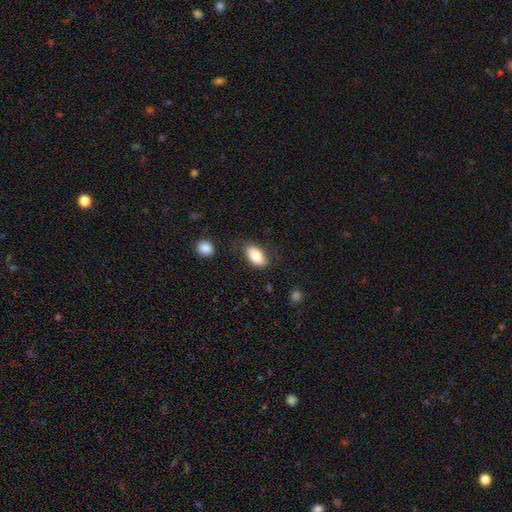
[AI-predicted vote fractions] Morphology: type=smooth (83%); roundness=in between (93%); merging=none (79%).